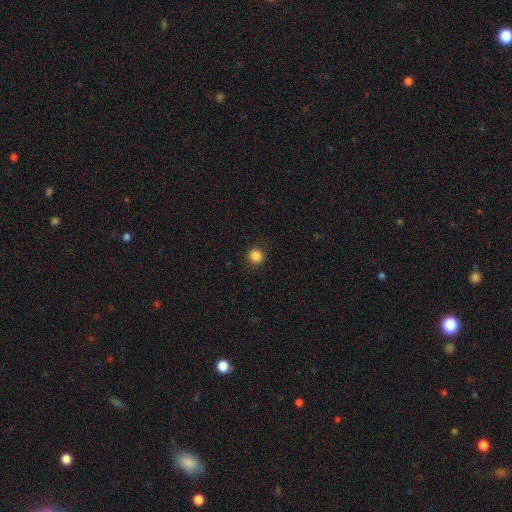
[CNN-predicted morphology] smooth_or_featured: smooth (p=0.86) [alt: star or artifact p=0.11]
how_rounded: round (p=0.93) [alt: in between p=0.06]
merging: none (p=0.89) [alt: minor disturbance p=0.07]